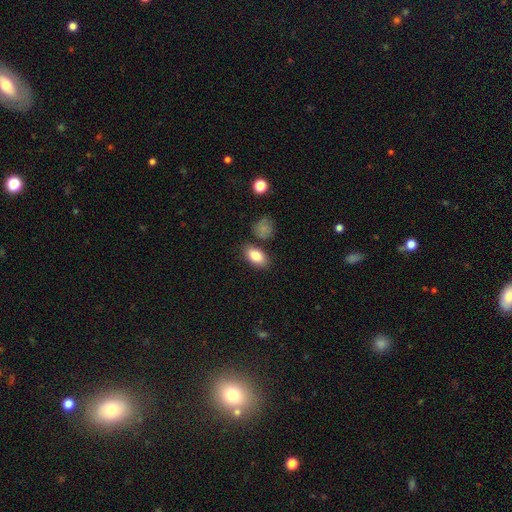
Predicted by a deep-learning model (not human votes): This appears to be a smooth galaxy with no disk features (84%) that is in between round and cigar-shaped (90%). Merging: none (81%).